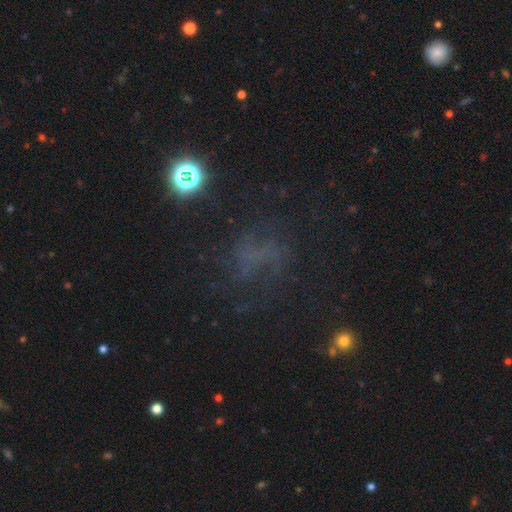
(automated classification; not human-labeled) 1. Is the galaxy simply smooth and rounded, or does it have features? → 42% star or artifact, 30% smooth, 28% featured or disk.